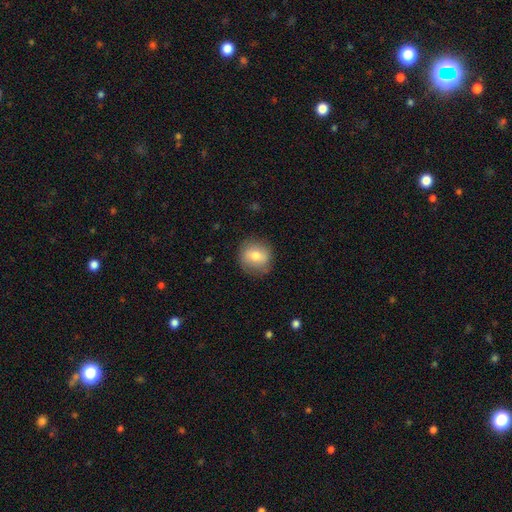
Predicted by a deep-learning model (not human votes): smooth-or-featured: smooth: 73% | featured or disk: 18% | star or artifact: 8%
  how-rounded: round: 87% | in between: 12% | cigar-shaped: 1%
  merging: none: 82% | minor disturbance: 14% | major disturbance: 4% | merger: 1%